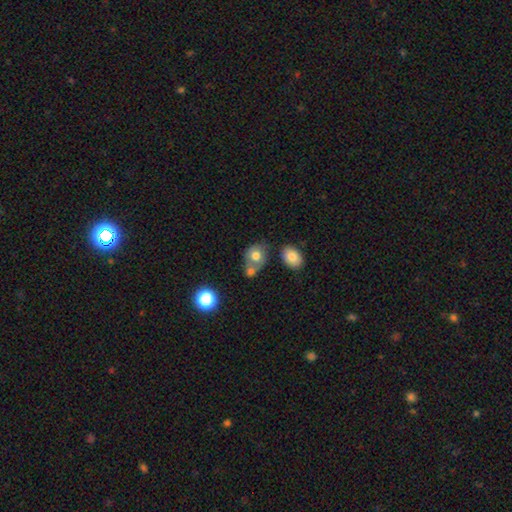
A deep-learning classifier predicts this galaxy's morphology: Smooth or featured? Predicted: smooth (p=0.71). How rounded? Predicted: in between (p=0.52). Merging? Predicted: merger (p=0.39, tied with none).